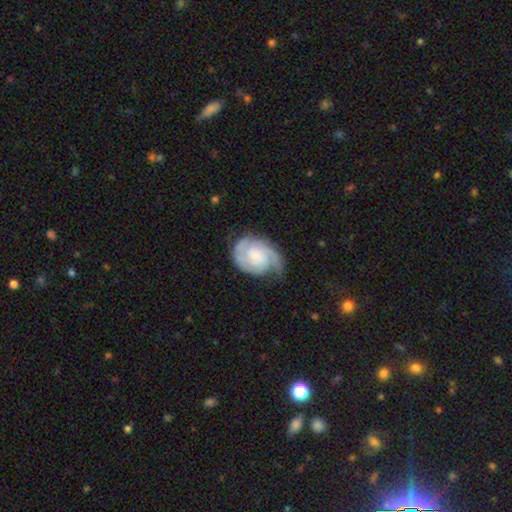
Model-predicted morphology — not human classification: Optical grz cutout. It shows a featured or disk galaxy (82%) with no bar (68%), 2 (65%) tight (54%) spiral arms (96%) and a small central bulge (55%). Merging: none (60%).